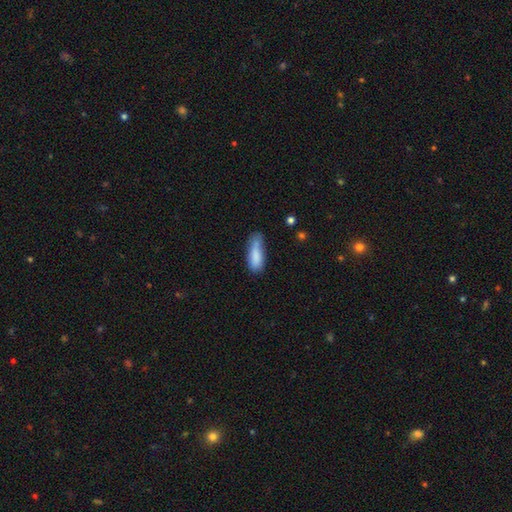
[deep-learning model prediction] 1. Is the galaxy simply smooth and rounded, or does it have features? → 82% smooth, 11% featured or disk, 7% star or artifact.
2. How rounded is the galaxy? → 59% in between, 39% cigar-shaped, 2% round.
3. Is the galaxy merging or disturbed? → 45% none, 35% minor disturbance, 12% major disturbance, 8% merger.